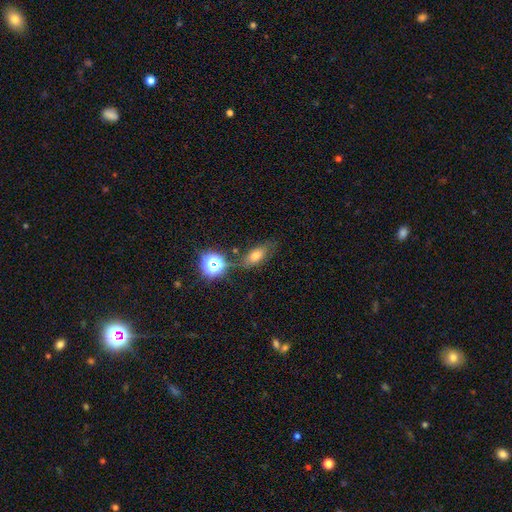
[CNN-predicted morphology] smooth 64%, featured or disk 18%, star or artifact 18%. Down the decision tree: how rounded — in between (76%); merging — none (67%).